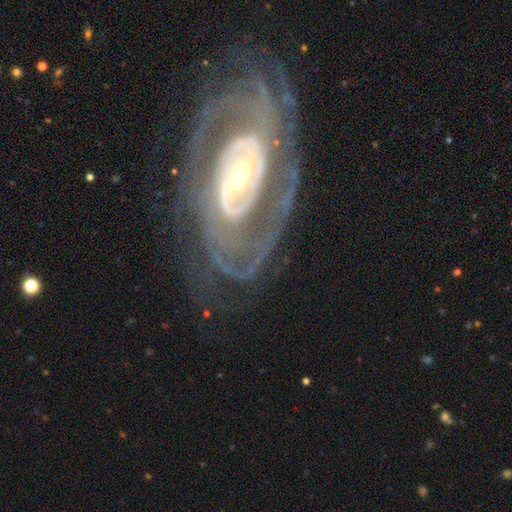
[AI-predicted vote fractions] Overall: featured or disk (88%). Edge-on disk: no (95%). Bar: no (42%; weak 30%). Spiral arms: yes (90%). Spiral arm count: 2 (35%; can't tell 30%). Spiral winding: tight (62%; medium 29%). Bulge size: small (51%; moderate 40%). Merging: none (70%).